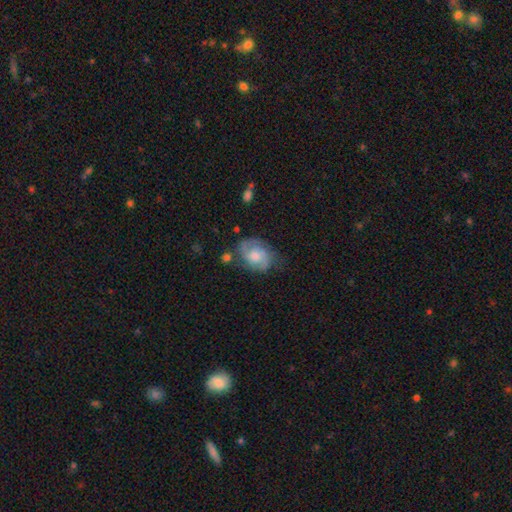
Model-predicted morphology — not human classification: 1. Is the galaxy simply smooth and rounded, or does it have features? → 65% featured or disk, 28% smooth, 7% star or artifact.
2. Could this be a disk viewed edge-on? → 97% no, 3% yes.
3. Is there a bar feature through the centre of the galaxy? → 67% no, 30% weak, 4% strong.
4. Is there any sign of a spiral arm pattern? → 89% yes, 11% no.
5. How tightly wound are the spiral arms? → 48% medium, 34% tight, 18% loose.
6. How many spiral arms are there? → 75% 2, 13% can't tell, 6% 3, 3% 1, 2% 4, 1% more than 4.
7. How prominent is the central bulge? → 50% moderate, 29% small, 12% large, 7% none, 2% dominant.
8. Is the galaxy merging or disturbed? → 61% none, 25% minor disturbance, 10% major disturbance, 4% merger.